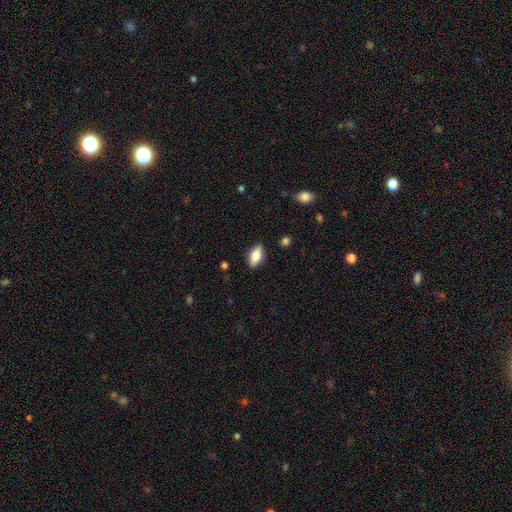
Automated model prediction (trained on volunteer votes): This is likely a smooth galaxy (64%). How rounded: clearly in between (82%). Merging: clearly none (86%).